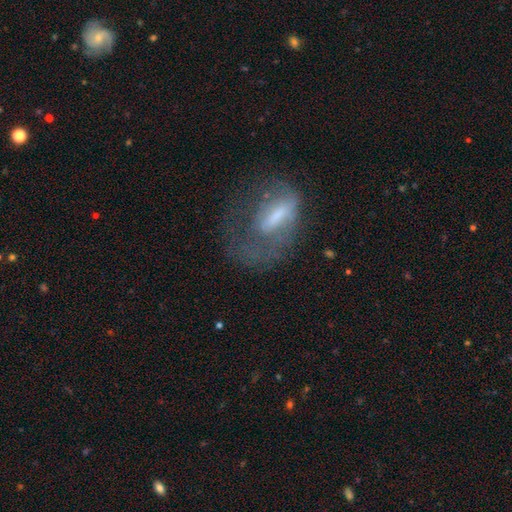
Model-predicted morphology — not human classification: Smooth or featured: featured or disk — 54% (smooth — 31%)
Edge-on disk: no — 89% (yes — 11%)
Merging: major disturbance — 39% (tied with none — 39%)